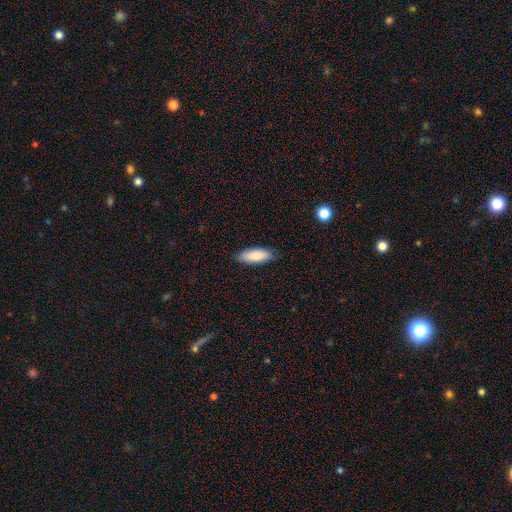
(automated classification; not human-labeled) This is clearly a smooth galaxy (86%). How rounded: likely in between (73%). Merging: clearly none (85%).